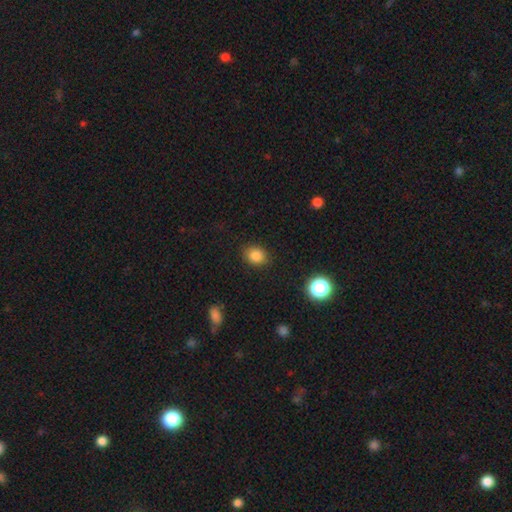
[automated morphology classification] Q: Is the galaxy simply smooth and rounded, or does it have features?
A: smooth — 83%.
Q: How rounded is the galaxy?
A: round — 56%.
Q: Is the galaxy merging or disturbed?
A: none — 87%.